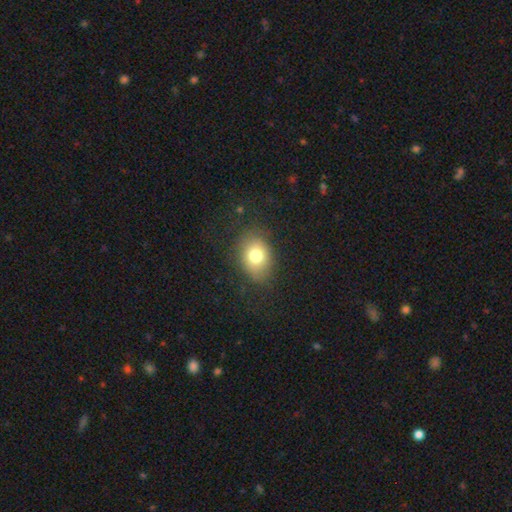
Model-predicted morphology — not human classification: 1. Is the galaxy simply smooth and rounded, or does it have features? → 76% smooth, 12% featured or disk, 11% star or artifact.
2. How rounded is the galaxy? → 61% in between, 38% round, 1% cigar-shaped.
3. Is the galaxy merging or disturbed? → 80% none, 13% minor disturbance, 6% major disturbance, 1% merger.